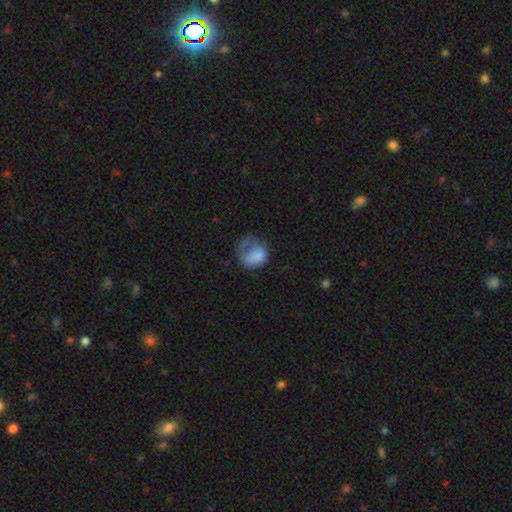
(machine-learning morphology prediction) Smooth or featured: smooth — 69% (featured or disk — 22%)
How rounded: round — 53% (in between — 46%)
Merging: major disturbance — 48% (none — 24%)